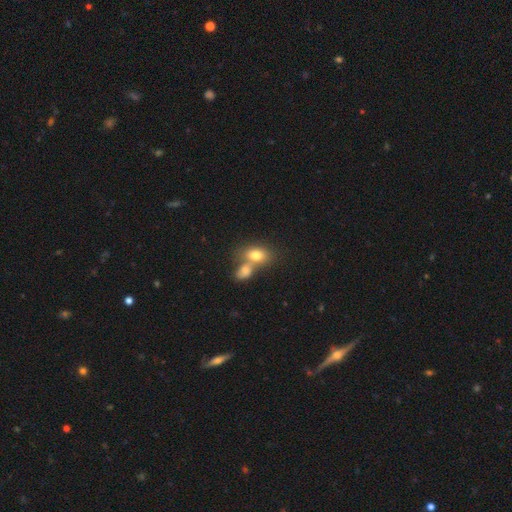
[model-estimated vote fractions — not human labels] Smooth or featured? smooth (76%)
How rounded? in between (77%)
Merging? merger (57%)